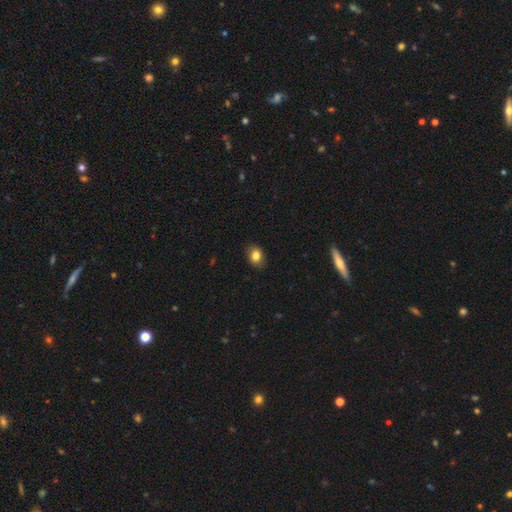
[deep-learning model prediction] A smooth galaxy with no disk features (84%) that is in between round and cigar-shaped (62%).

Vote fractions:
- Smooth or featured? smooth: 84% / star or artifact: 10% / featured or disk: 7%
- How rounded? in between: 62% / round: 37% / cigar-shaped: 1%
- Merging? none: 85% / minor disturbance: 12% / major disturbance: 2% / merger: 1%